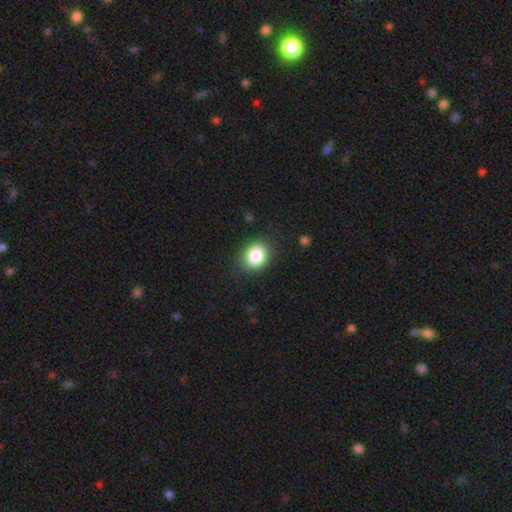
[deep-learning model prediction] Smooth or featured? Predicted: smooth (p=0.85). How rounded? Predicted: round (p=0.61). Merging? Predicted: none (p=0.84).